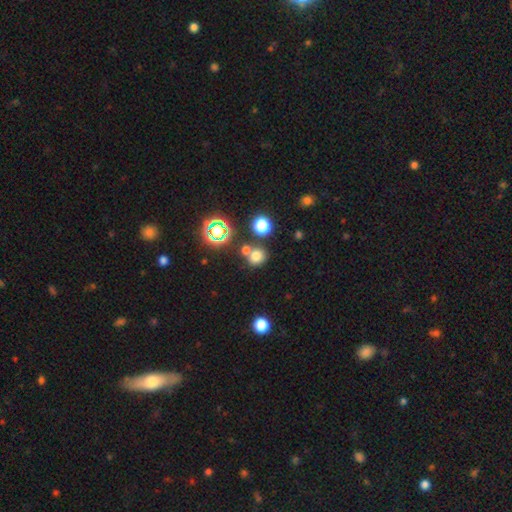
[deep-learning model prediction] smooth_or_featured: smooth (p=0.71) [alt: star or artifact p=0.22]
how_rounded: round (p=0.81) [alt: in between p=0.18]
merging: none (p=0.62) [alt: merger p=0.26]